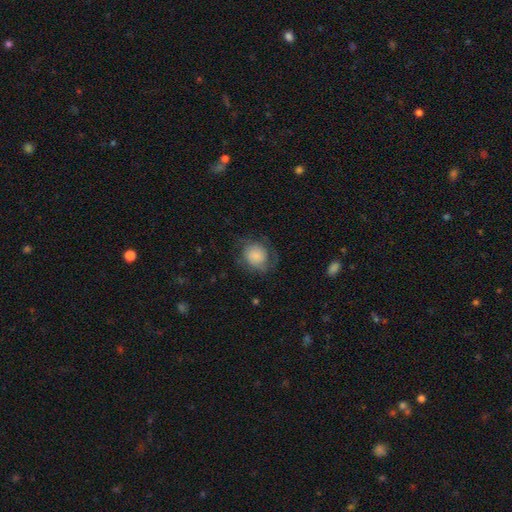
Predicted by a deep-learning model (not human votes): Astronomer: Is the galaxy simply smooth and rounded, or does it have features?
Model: smooth — 64%.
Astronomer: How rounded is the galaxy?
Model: round — 72%.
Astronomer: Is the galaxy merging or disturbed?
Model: none — 60%.